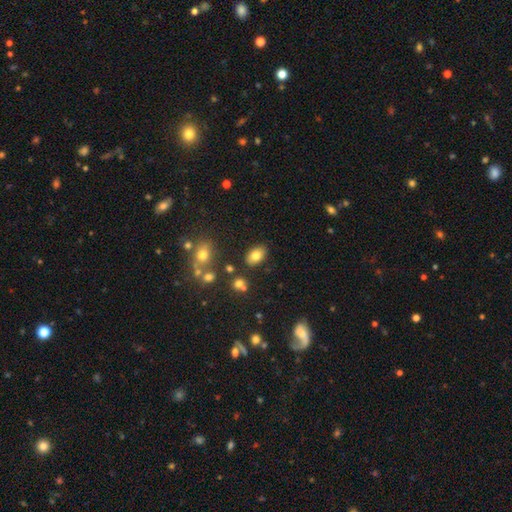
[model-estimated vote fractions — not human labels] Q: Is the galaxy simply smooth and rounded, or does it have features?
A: smooth — 79%.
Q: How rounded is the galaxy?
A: in between — 87%.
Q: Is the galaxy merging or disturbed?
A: none — 83%.